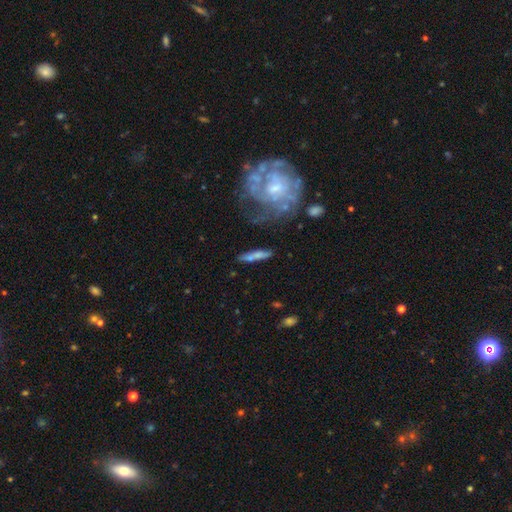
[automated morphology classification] Q: Smooth or featured?
A: smooth (53%); runner-up: featured or disk (39%)
Q: How rounded?
A: cigar-shaped (78%); runner-up: in between (18%)
Q: Merging?
A: none (64%); runner-up: minor disturbance (18%)